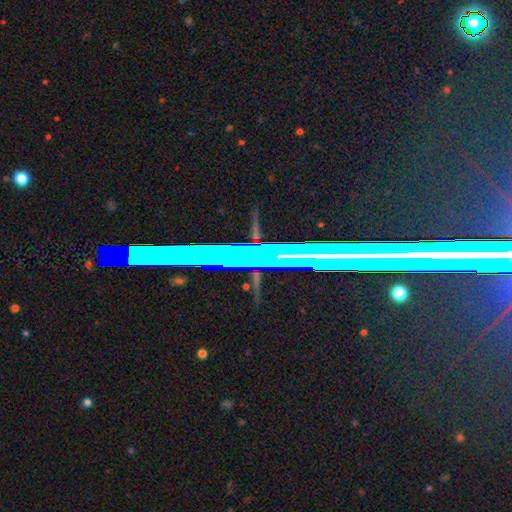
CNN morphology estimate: This is marginally a featured or disk galaxy (42%, tied with star or artifact). Merging: likely none (78%).